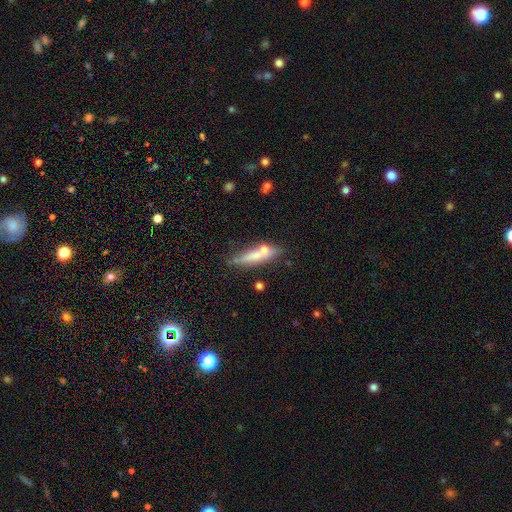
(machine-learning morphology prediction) Q: Smooth or featured?
A: smooth (60%); runner-up: featured or disk (32%)
Q: How rounded?
A: cigar-shaped (74%); runner-up: in between (23%)
Q: Merging?
A: none (54%); runner-up: minor disturbance (19%)